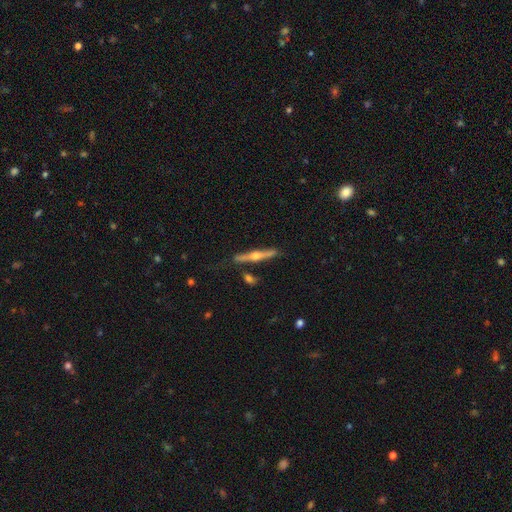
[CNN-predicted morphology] Smooth or featured: featured or disk — 72% (smooth — 22%)
Edge-on disk: yes — 97% (no — 3%)
Edge-on bulge: rounded — 94% (none — 4%)
Merging: none — 82% (minor disturbance — 11%)